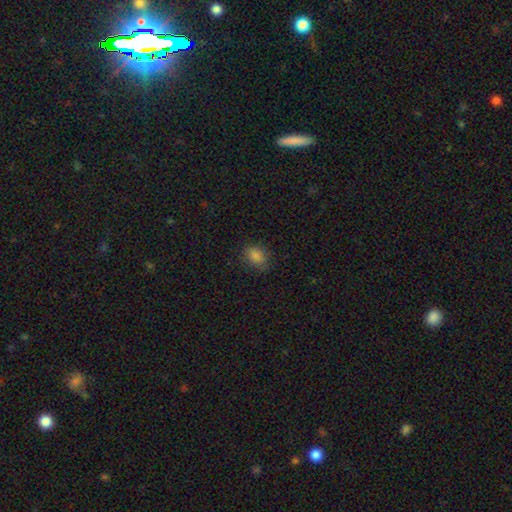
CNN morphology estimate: The model was most divided on "how rounded": in between: 68%, round: 31%, cigar-shaped: 1%. More confident: smooth or featured — smooth (82%); merging — none (78%).